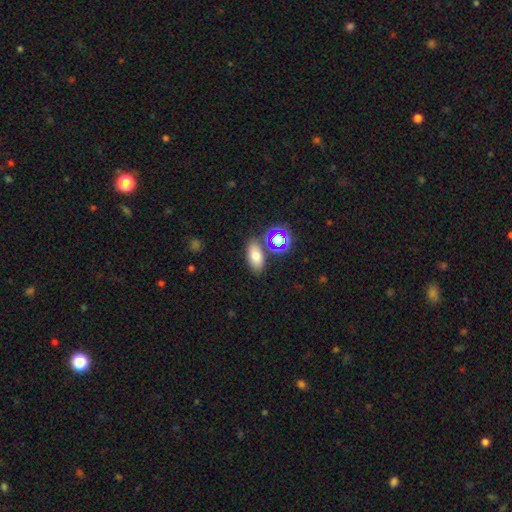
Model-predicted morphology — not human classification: A smooth galaxy with no disk features (72%) that is in between round and cigar-shaped (82%).

Vote fractions:
- Smooth or featured? smooth: 72% / star or artifact: 17% / featured or disk: 11%
- How rounded? in between: 82% / round: 12% / cigar-shaped: 6%
- Merging? none: 75% / merger: 11% / minor disturbance: 11% / major disturbance: 3%